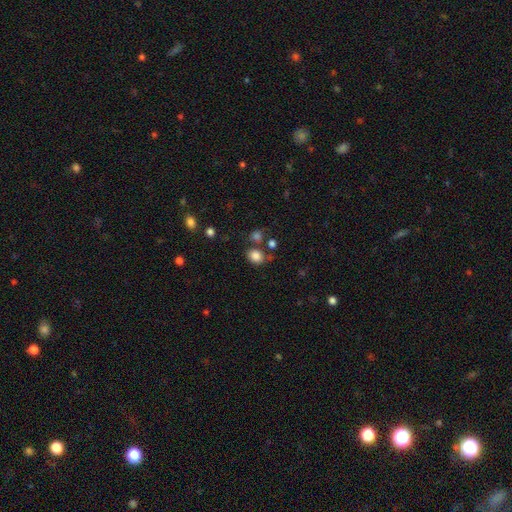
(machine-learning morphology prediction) This appears to be a smooth galaxy with no disk features (83%) that is round (62%). Merging: none (68%).